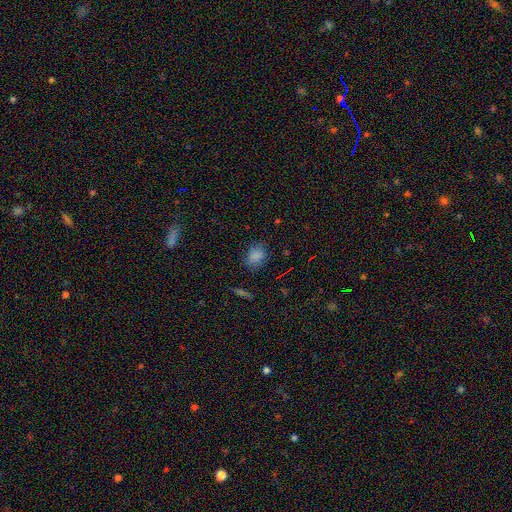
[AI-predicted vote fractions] smooth 79%, star or artifact 15%, featured or disk 6%. Down the decision tree: how rounded — in between (55%); merging — none (78%).